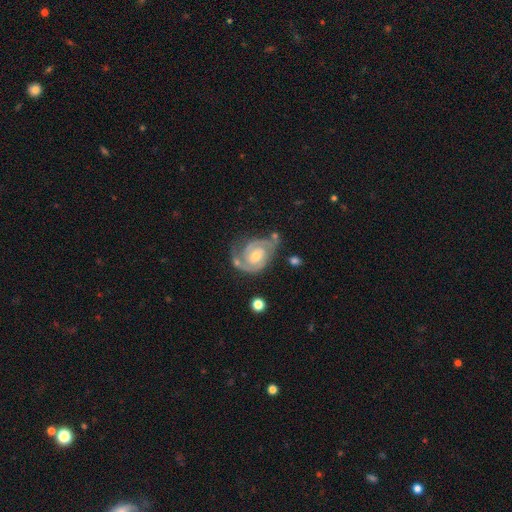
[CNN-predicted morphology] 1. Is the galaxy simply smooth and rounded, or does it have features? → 89% featured or disk, 6% smooth, 5% star or artifact.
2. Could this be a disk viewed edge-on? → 98% no, 2% yes.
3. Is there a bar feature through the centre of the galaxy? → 59% no, 33% weak, 8% strong.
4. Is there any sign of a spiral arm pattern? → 97% yes, 3% no.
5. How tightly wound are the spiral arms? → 56% tight, 37% medium, 7% loose.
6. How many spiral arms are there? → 84% 2, 6% can't tell, 5% 3, 3% 1, 1% 4, 1% more than 4.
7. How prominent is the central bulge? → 49% moderate, 46% small, 3% large, 2% none, 1% dominant.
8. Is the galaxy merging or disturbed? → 59% none, 22% minor disturbance, 10% major disturbance, 8% merger.